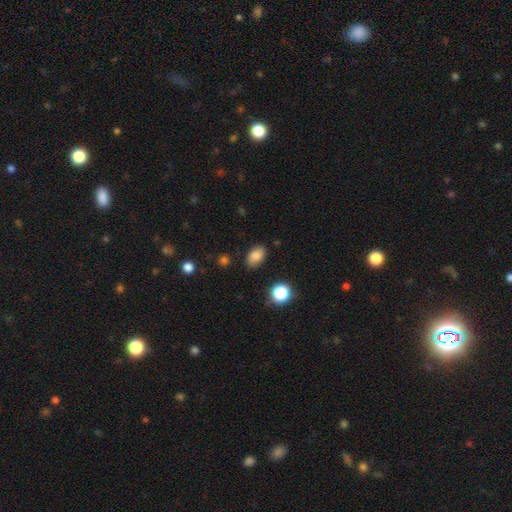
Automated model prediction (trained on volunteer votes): smooth_or_featured: smooth (p=0.84) [alt: star or artifact p=0.10]
how_rounded: in between (p=0.87) [alt: round p=0.12]
merging: none (p=0.83) [alt: minor disturbance p=0.12]